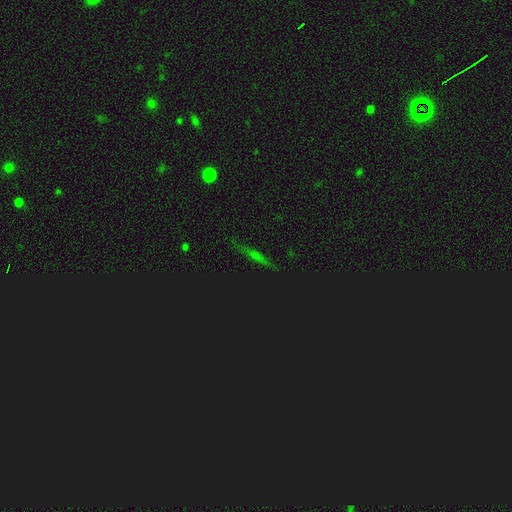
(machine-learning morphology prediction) type=star or artifact (46%).